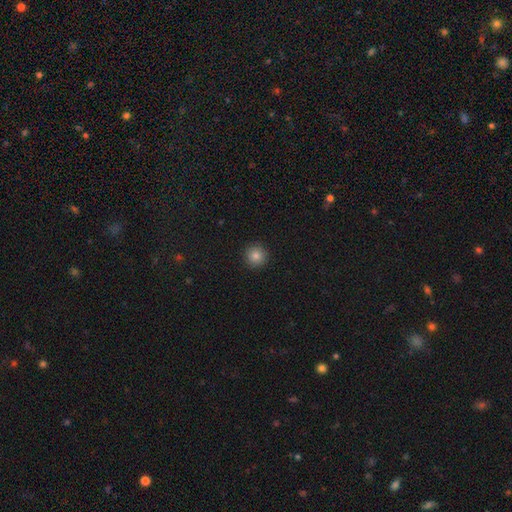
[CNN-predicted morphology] This is clearly a smooth galaxy (82%). How rounded: clearly round (95%). Merging: clearly none (92%).